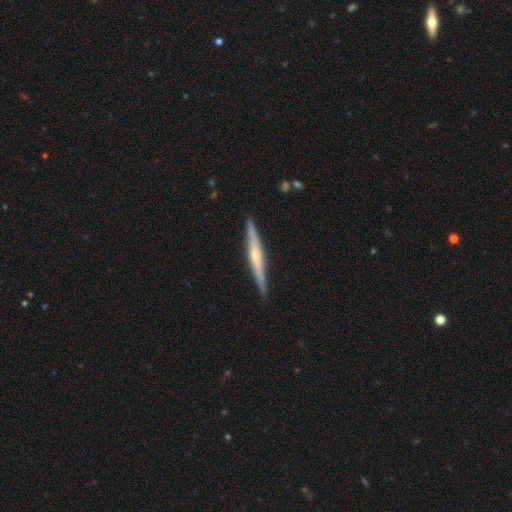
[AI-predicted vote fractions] Smooth or featured: featured or disk — 62% (smooth — 33%)
Edge-on disk: yes — 95% (no — 5%)
Edge-on bulge: rounded — 53% (none — 34%)
Merging: none — 87% (minor disturbance — 10%)